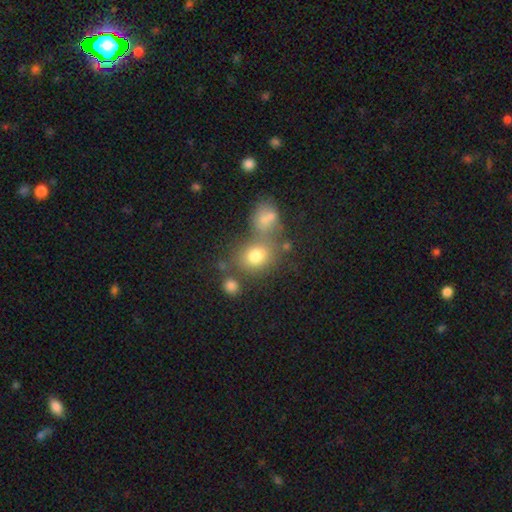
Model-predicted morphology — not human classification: A smooth galaxy with no disk features (73%) that is round (54%).

Vote fractions:
- Smooth or featured? smooth: 73% / star or artifact: 15% / featured or disk: 12%
- How rounded? round: 54% / in between: 45% / cigar-shaped: 2%
- Merging? none: 53% / merger: 28% / minor disturbance: 12% / major disturbance: 6%